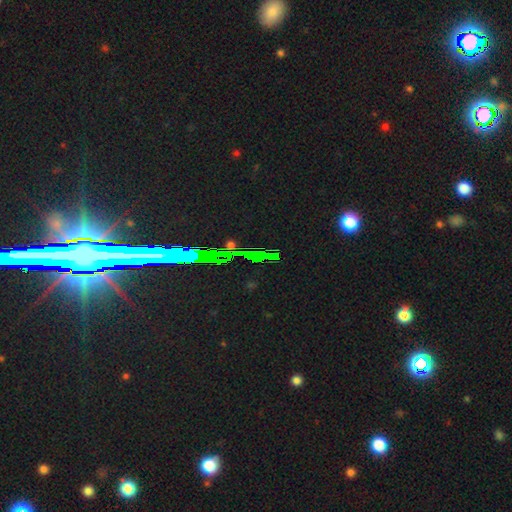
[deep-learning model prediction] A star or artifact, not a galaxy (72%).

Vote fractions:
- Smooth or featured? star or artifact: 72% / featured or disk: 15% / smooth: 13%